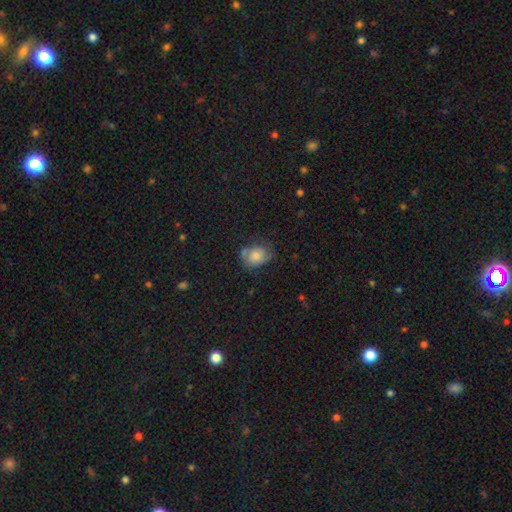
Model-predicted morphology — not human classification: smooth-or-featured: smooth: 67% | featured or disk: 23% | star or artifact: 11%
  how-rounded: in between: 58% | round: 40% | cigar-shaped: 1%
  merging: none: 54% | minor disturbance: 29% | major disturbance: 12% | merger: 6%